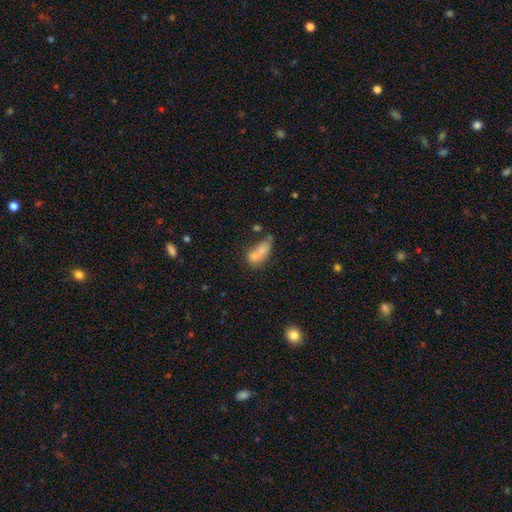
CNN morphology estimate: This is likely a smooth galaxy (68%). How rounded: likely in between (72%). Merging: possibly merger (47%).